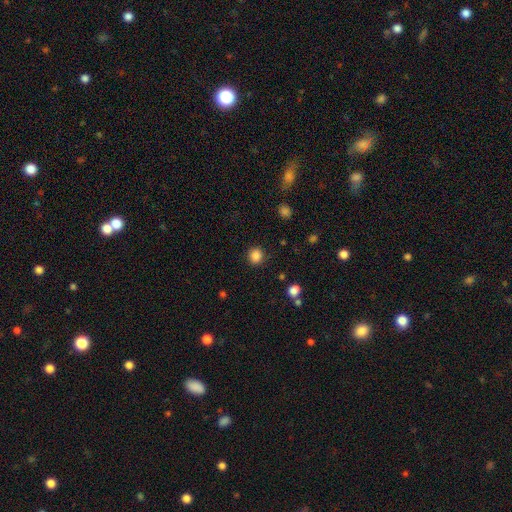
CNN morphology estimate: Smooth or featured? Predicted: smooth (p=0.85). How rounded? Predicted: round (p=0.88). Merging? Predicted: none (p=0.88).